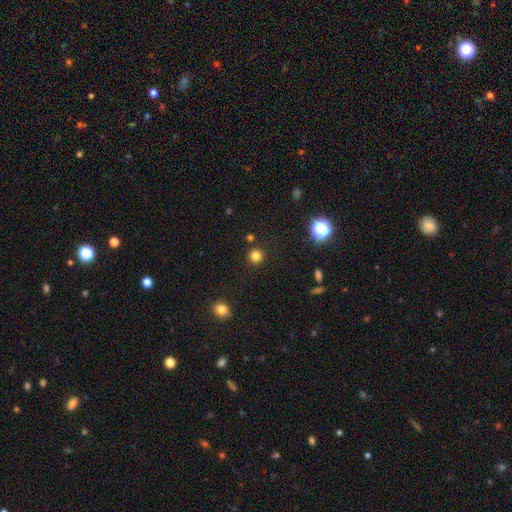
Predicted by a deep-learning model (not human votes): smooth-or-featured: smooth: 80% | star or artifact: 16% | featured or disk: 4%
  how-rounded: round: 94% | in between: 5% | cigar-shaped: 1%
  merging: none: 90% | minor disturbance: 5% | merger: 3% | major disturbance: 2%